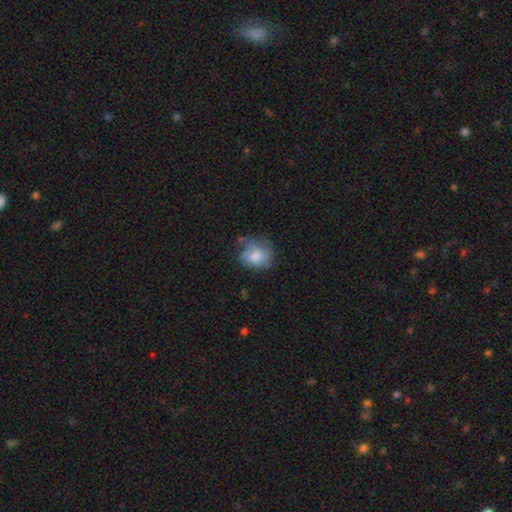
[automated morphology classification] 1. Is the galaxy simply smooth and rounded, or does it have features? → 73% smooth, 19% featured or disk, 8% star or artifact.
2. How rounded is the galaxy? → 62% round, 37% in between, 1% cigar-shaped.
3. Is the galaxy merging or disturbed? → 48% none, 32% minor disturbance, 16% major disturbance, 4% merger.